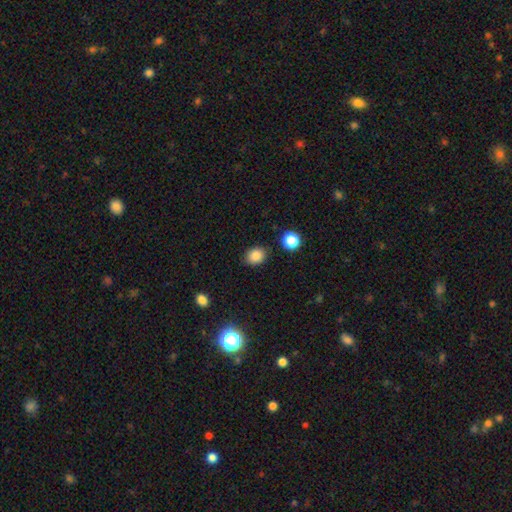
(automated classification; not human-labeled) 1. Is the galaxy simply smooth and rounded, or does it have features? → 85% smooth, 11% star or artifact, 4% featured or disk.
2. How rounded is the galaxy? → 51% round, 48% in between, 1% cigar-shaped.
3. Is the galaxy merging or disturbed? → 84% none, 10% minor disturbance, 3% merger, 3% major disturbance.